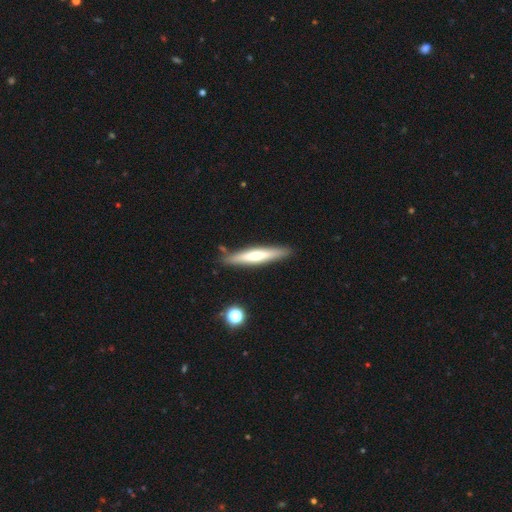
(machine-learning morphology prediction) smooth-or-featured: featured or disk: 47% (tied) | smooth: 47% (tied) | star or artifact: 6%
  merging: none: 87% | minor disturbance: 9% | merger: 2% | major disturbance: 2%